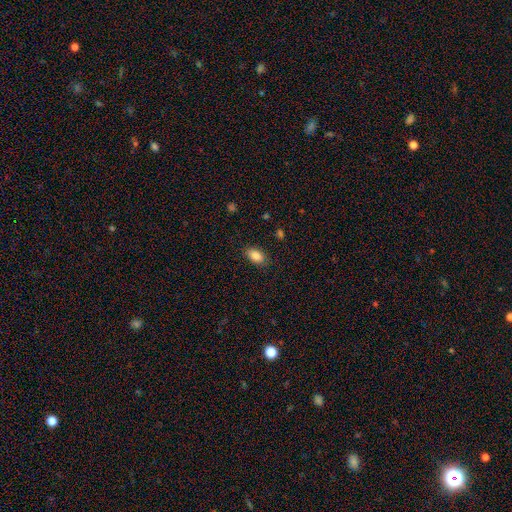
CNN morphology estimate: type=smooth (87%); roundness=in between (91%); merging=none (86%).